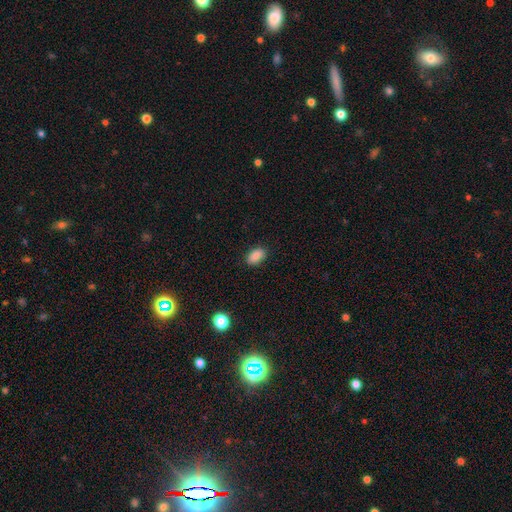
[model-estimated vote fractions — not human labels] Smooth or featured?
  - smooth: 88% *
  - star or artifact: 9%
  - featured or disk: 3%
How rounded?
  - in between: 91% *
  - round: 7%
  - cigar-shaped: 2%
Merging?
  - none: 87% *
  - minor disturbance: 10%
  - major disturbance: 2%
  - merger: 1%